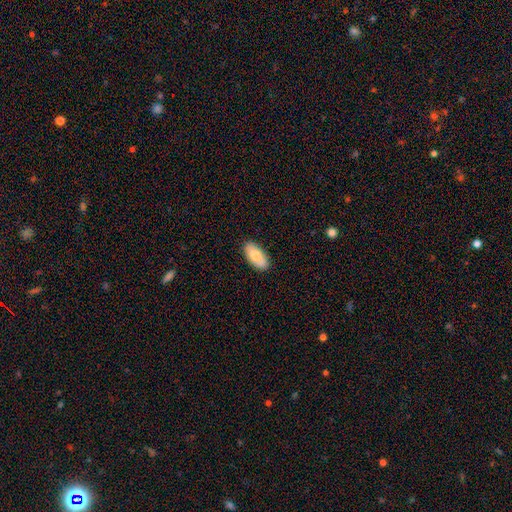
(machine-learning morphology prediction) Q: Smooth or featured?
A: smooth (75%); runner-up: featured or disk (19%)
Q: How rounded?
A: in between (92%); runner-up: cigar-shaped (5%)
Q: Merging?
A: none (86%); runner-up: minor disturbance (11%)